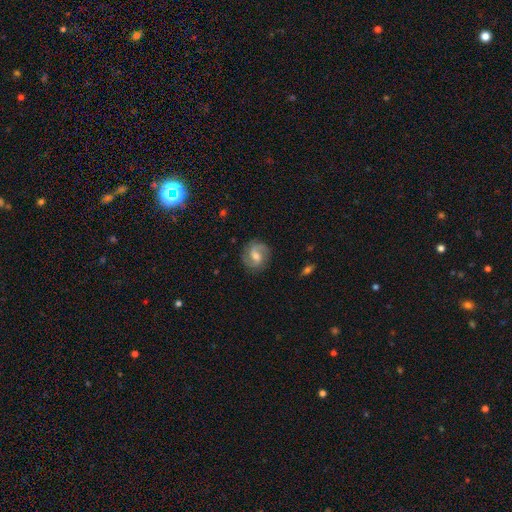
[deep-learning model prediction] Morphology: type=featured or disk (74%); edge-on=no (97%); bar=weak (54%); spiral arms=yes (93%); winding=medium (47%); arm count=2 (87%); bulge=moderate (61%); merging=none (82%).